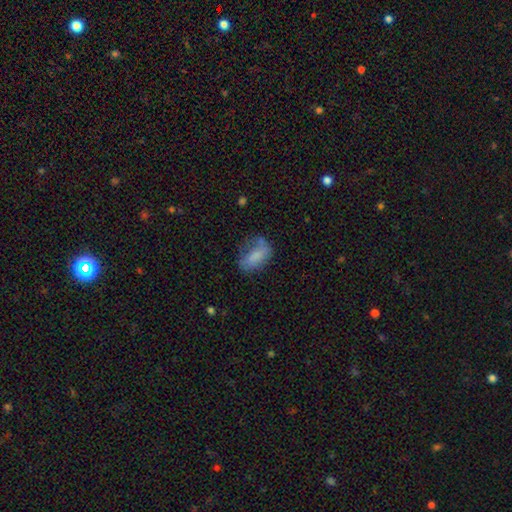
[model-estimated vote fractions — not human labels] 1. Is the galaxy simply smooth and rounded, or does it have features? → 70% smooth, 20% featured or disk, 9% star or artifact.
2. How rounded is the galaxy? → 88% in between, 8% round, 5% cigar-shaped.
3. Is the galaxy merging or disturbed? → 45% none, 29% minor disturbance, 22% major disturbance, 4% merger.